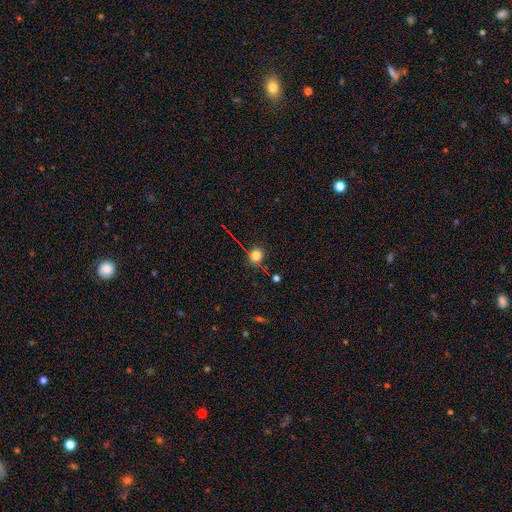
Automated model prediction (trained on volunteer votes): Morphology: type=smooth (68%); roundness=round (72%); merging=none (74%).